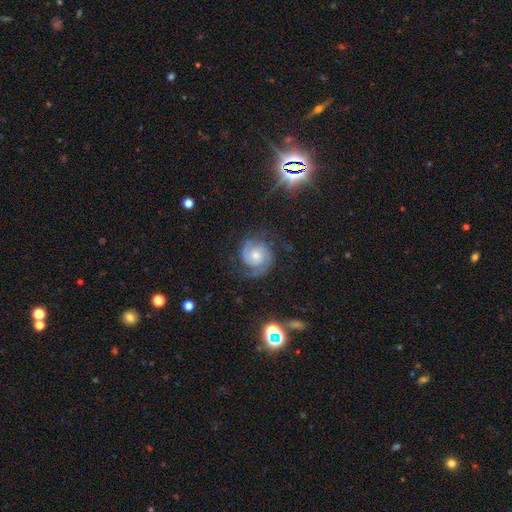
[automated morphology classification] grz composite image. It shows a featured or disk galaxy (82%) with no bar (69%), 2 (75%) tight (50%) spiral arms (96%) and a small central bulge (46%, tied with moderate). Merging: none (70%).